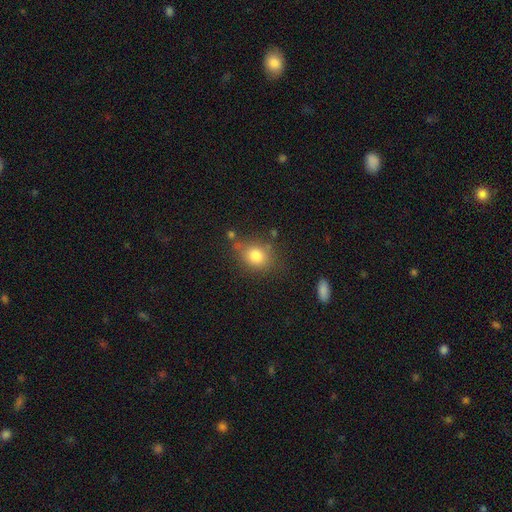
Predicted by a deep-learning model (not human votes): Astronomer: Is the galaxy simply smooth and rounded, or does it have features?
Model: smooth — 80%.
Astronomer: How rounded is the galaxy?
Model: round — 58% (runner-up: in between, 41%).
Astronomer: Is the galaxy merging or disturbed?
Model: none — 68%.